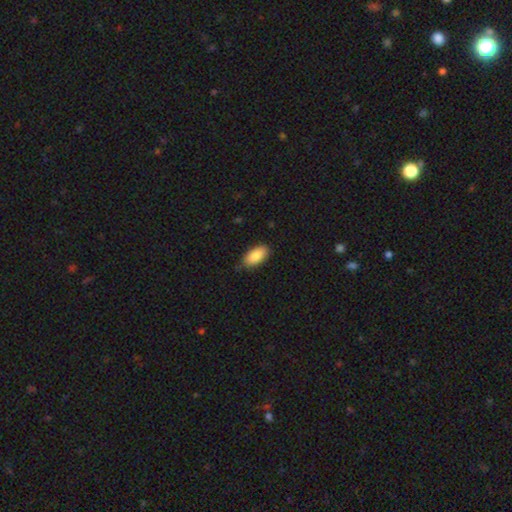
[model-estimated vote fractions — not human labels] Morphology: type=smooth (86%); roundness=in between (93%); merging=none (81%).